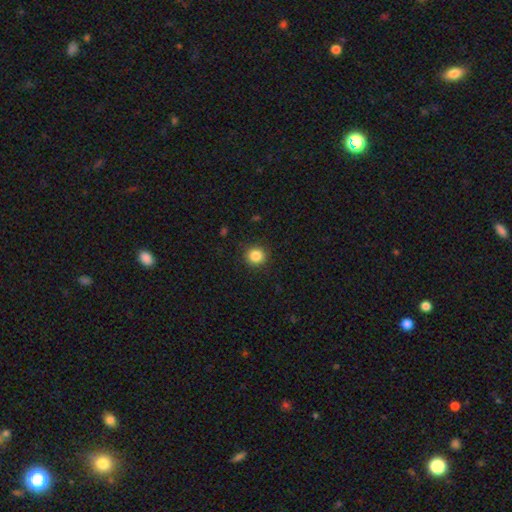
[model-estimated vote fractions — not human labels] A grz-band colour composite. It shows a smooth galaxy with no disk features (85%) that is round (92%). Merging: none (90%).